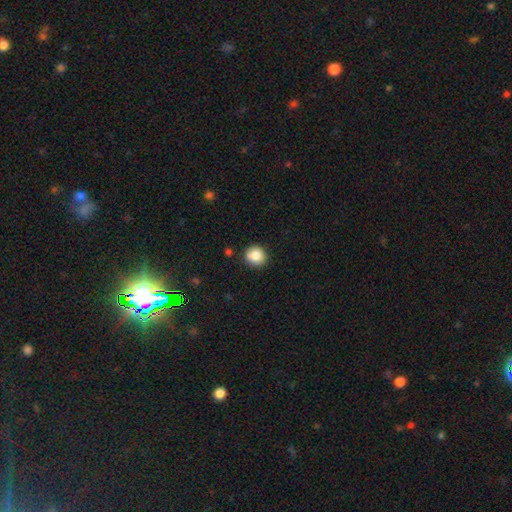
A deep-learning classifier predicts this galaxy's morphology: smooth_or_featured: smooth (p=0.85) [alt: star or artifact p=0.10]
how_rounded: round (p=0.84) [alt: in between p=0.15]
merging: none (p=0.85) [alt: minor disturbance p=0.11]